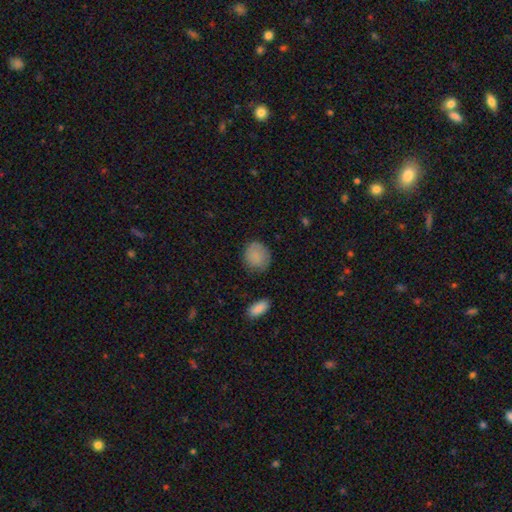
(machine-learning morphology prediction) This is clearly a smooth galaxy (82%). How rounded: likely round (77%). Merging: likely none (73%).